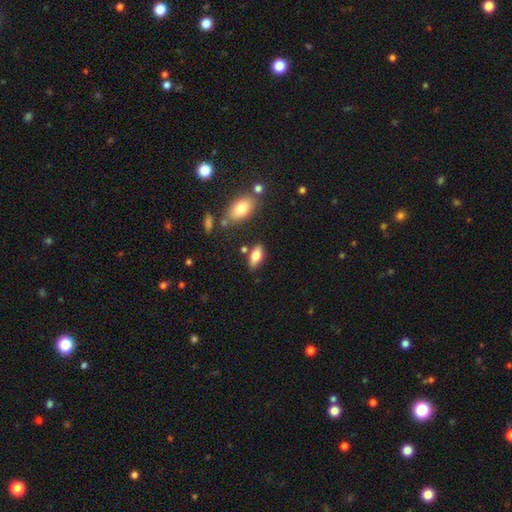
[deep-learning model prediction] Overall: smooth (77%). How rounded: in between (87%). Merging: none (76%).